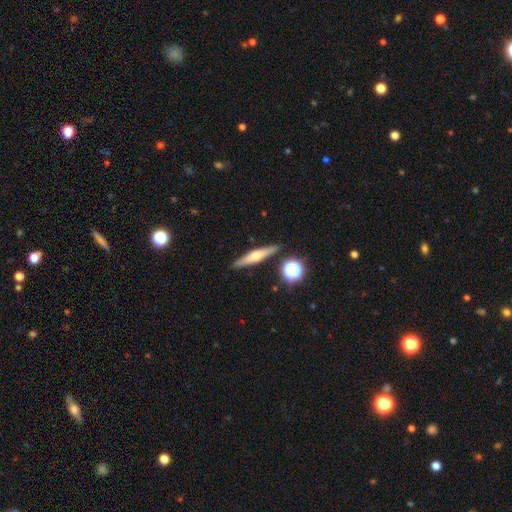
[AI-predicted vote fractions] smooth_or_featured: featured or disk (p=0.53) [alt: smooth p=0.38]
disk_edge_on: yes (p=0.94) [alt: no p=0.06]
edge_on_bulge: rounded (p=0.88) [alt: none p=0.07]
merging: none (p=0.88) [alt: minor disturbance p=0.07]